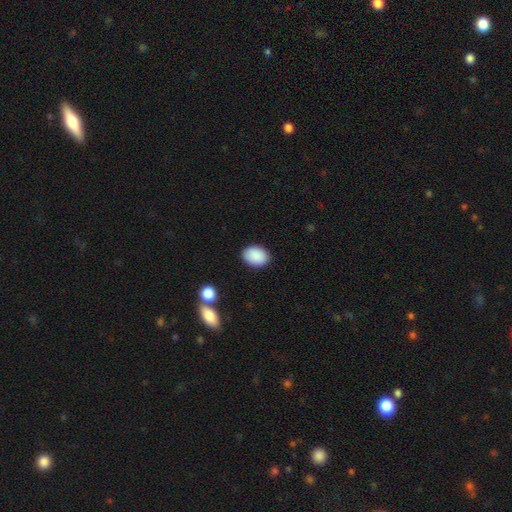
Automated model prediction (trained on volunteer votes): A smooth galaxy with no disk features (89%) that is in between round and cigar-shaped (76%). Merging: none (88%).